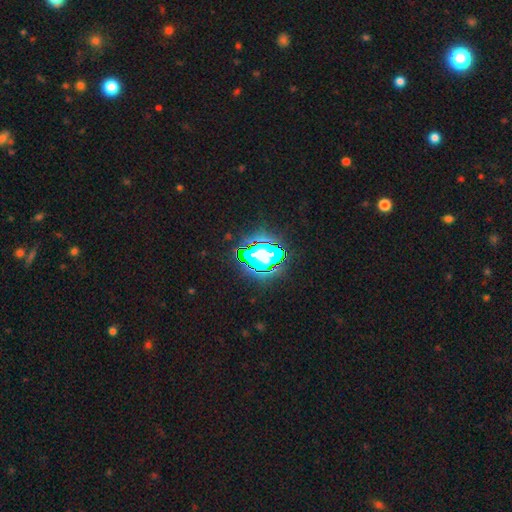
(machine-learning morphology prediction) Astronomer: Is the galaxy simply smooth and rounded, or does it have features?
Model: star or artifact — 81%.